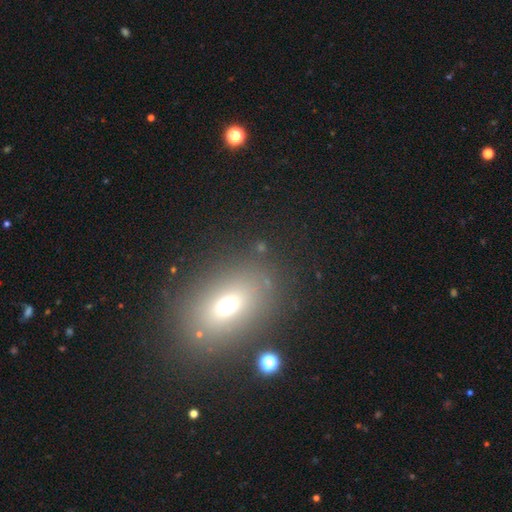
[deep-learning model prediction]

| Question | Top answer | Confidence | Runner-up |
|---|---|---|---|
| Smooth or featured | smooth | 60% | star or artifact (22%) |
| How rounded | in between | 72% | round (25%) |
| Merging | none | 82% | minor disturbance (10%) |